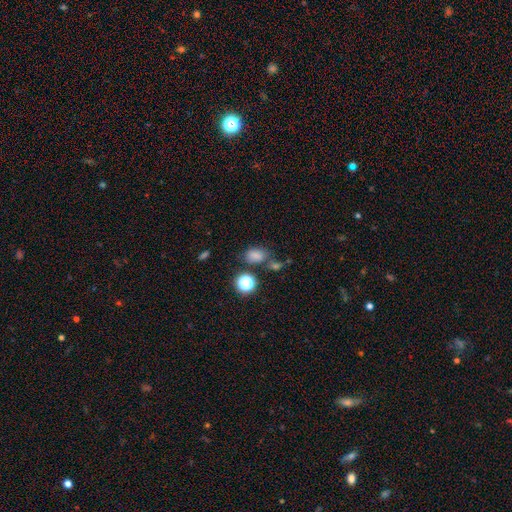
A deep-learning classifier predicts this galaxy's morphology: The model was most divided on "merging": none: 59%, merger: 18%, minor disturbance: 17%, major disturbance: 7%. More confident: smooth or featured — smooth (75%); how rounded — in between (72%).